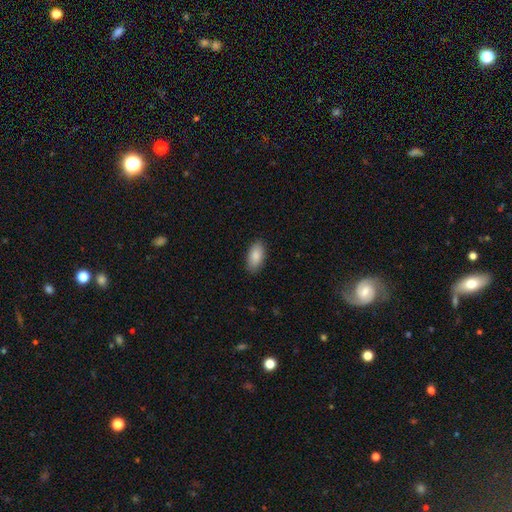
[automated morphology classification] This is clearly a smooth galaxy (87%). How rounded: clearly in between (93%). Merging: clearly none (87%).